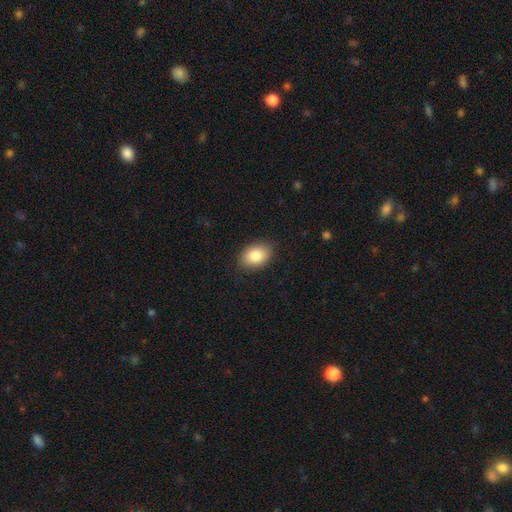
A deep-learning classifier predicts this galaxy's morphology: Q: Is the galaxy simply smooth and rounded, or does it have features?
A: smooth — 85%.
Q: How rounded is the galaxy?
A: in between — 83%.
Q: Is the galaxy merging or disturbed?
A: none — 85%.